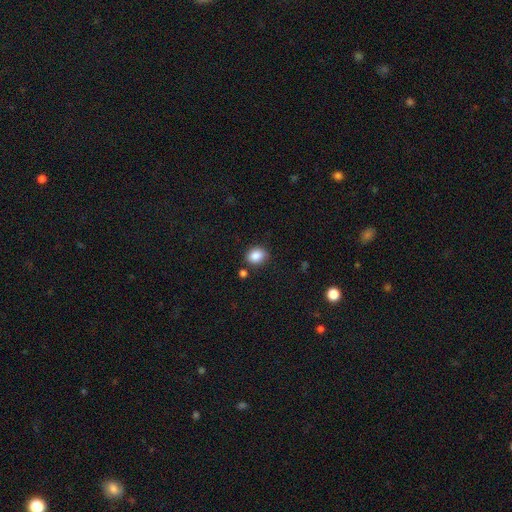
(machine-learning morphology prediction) A smooth galaxy with no disk features (87%) that is in between round and cigar-shaped (56%). Merging: none (79%).